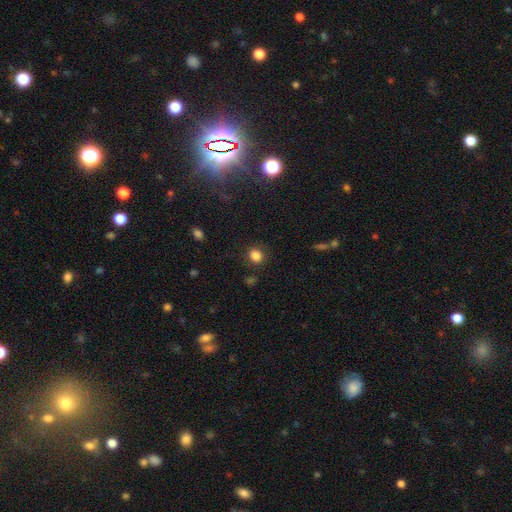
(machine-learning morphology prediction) The model was most divided on "how rounded": round: 68%, in between: 31%, cigar-shaped: 1%. More confident: smooth or featured — smooth (84%); merging — none (82%).